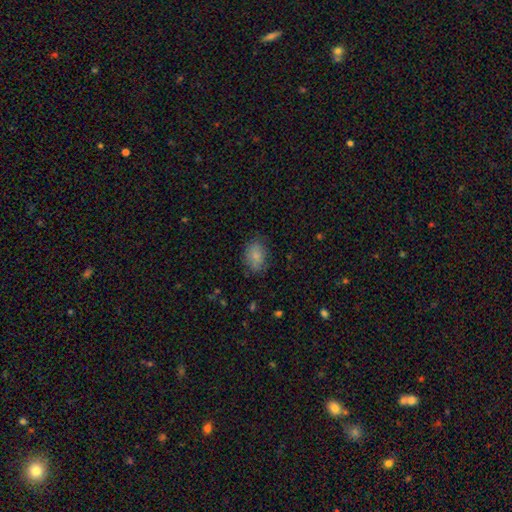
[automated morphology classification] Smooth or featured? smooth (84%)
How rounded? in between (76%)
Merging? none (77%)